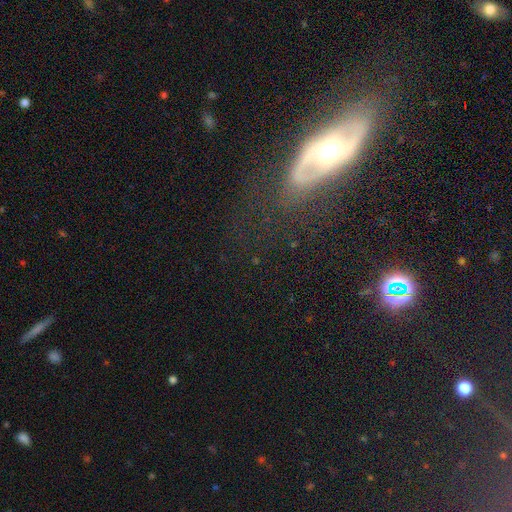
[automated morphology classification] This appears to be a featured or disk galaxy (60%). Merging: none (67%).